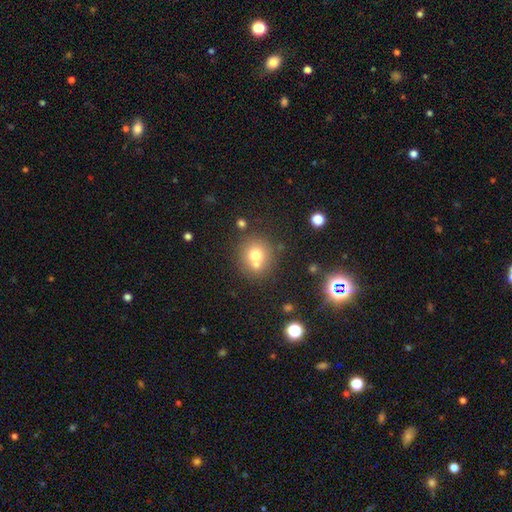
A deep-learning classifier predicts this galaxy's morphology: smooth-or-featured: smooth: 70% | featured or disk: 17% | star or artifact: 14%
  how-rounded: round: 86% | in between: 13% | cigar-shaped: 1%
  merging: none: 56% | merger: 31% | minor disturbance: 10% | major disturbance: 4%